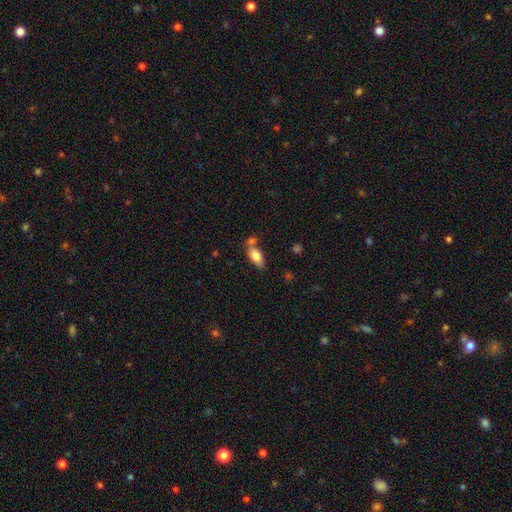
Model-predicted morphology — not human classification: This is likely a smooth galaxy (80%). How rounded: clearly in between (87%). Merging: possibly none (53%).